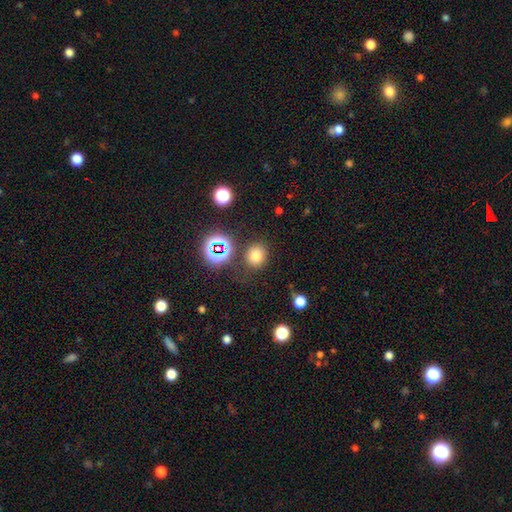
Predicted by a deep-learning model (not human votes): smooth-or-featured: smooth: 73% | star or artifact: 20% | featured or disk: 7%
  how-rounded: round: 76% | in between: 23% | cigar-shaped: 1%
  merging: none: 79% | minor disturbance: 11% | merger: 5% | major disturbance: 5%